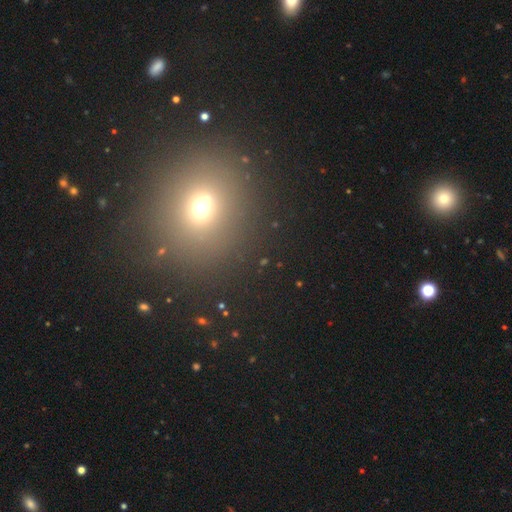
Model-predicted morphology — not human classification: smooth-or-featured: smooth: 62% | star or artifact: 29% | featured or disk: 9%
  how-rounded: round: 82% | in between: 17% | cigar-shaped: 1%
  merging: none: 90% | minor disturbance: 6% | major disturbance: 3% | merger: 2%